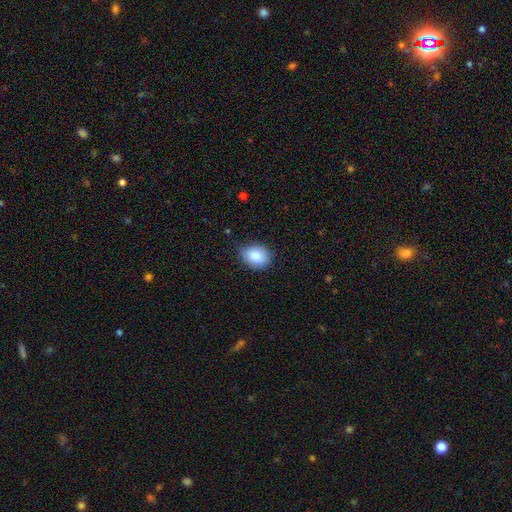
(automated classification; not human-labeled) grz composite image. It shows a smooth galaxy with no disk features (84%) that is in between round and cigar-shaped (56%). Merging: none (77%).